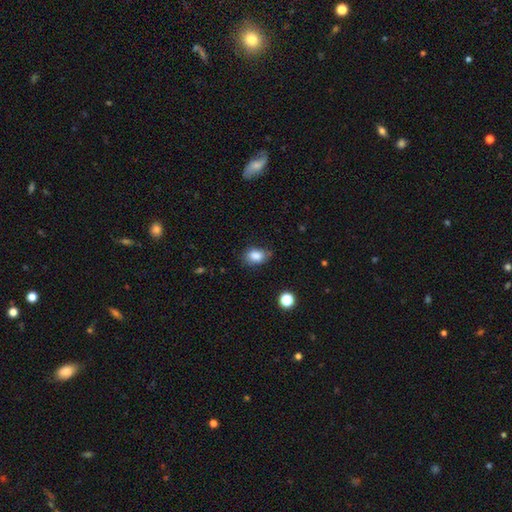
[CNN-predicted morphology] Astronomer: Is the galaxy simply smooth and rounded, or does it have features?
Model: smooth — 85%.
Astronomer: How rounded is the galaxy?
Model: in between — 71%.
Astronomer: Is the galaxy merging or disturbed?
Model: none — 70%.